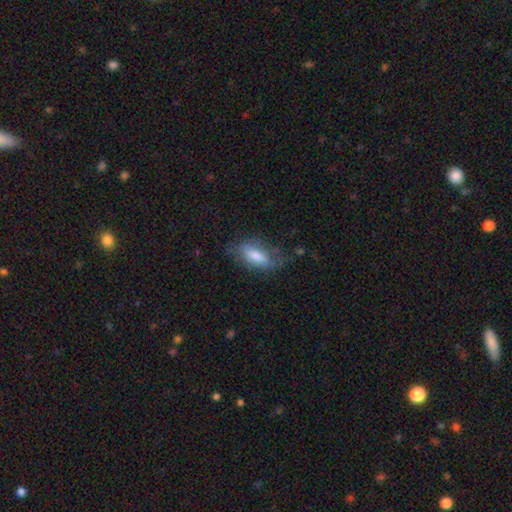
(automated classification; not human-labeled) The model was most divided on "merging": none: 55%, minor disturbance: 28%, major disturbance: 15%, merger: 2%. More confident: how rounded — in between (79%); smooth or featured — smooth (72%).